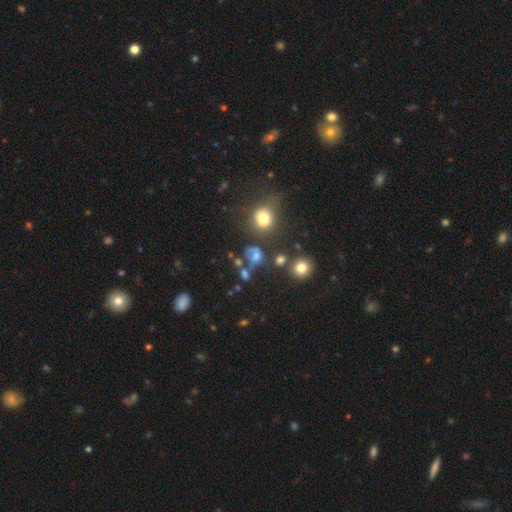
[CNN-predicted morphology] Smooth or featured? smooth (57%)
How rounded? round (61%)
Merging? none (36%)